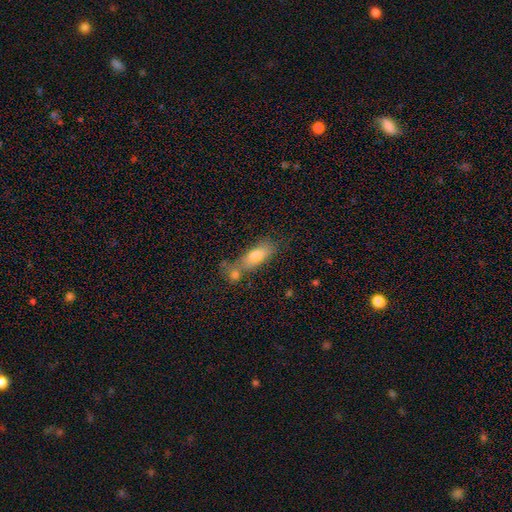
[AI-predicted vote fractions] Smooth or featured?
  - smooth: 72% *
  - featured or disk: 19%
  - star or artifact: 9%
How rounded?
  - in between: 66% *
  - cigar-shaped: 29%
  - round: 4%
Merging?
  - none: 47% *
  - merger: 31%
  - minor disturbance: 15%
  - major disturbance: 6%